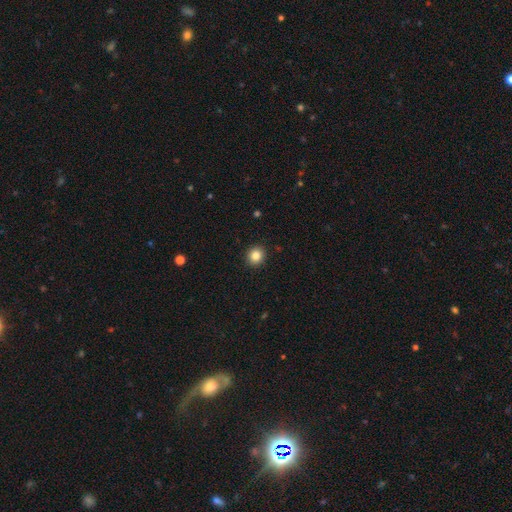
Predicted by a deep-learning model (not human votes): Smooth or featured? smooth (84%)
How rounded? round (89%)
Merging? none (92%)